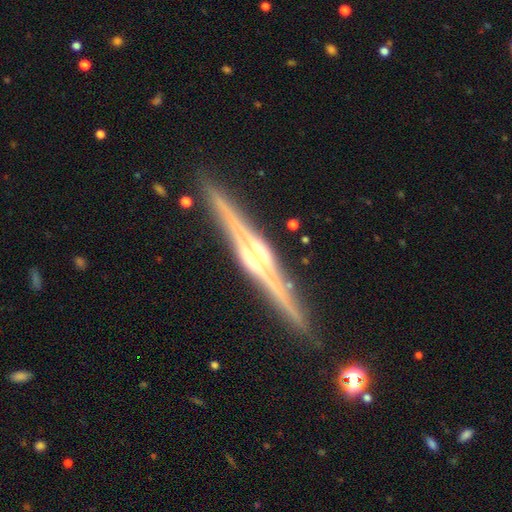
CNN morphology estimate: Smooth or featured: featured or disk — 88% (smooth — 6%)
Edge-on disk: yes — 98% (no — 2%)
Edge-on bulge: rounded — 58% (boxy — 35%)
Merging: none — 90% (minor disturbance — 7%)